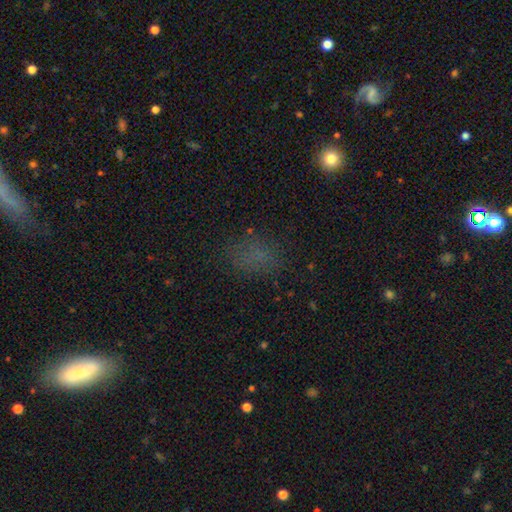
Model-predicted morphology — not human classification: Smooth or featured? Predicted: smooth (p=0.63). How rounded? Predicted: in between (p=0.69). Merging? Predicted: none (p=0.72).